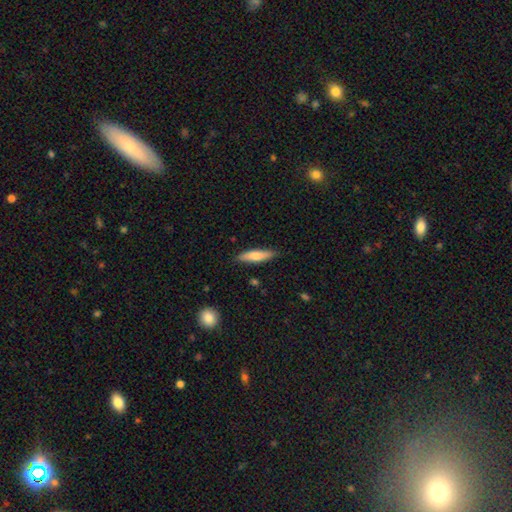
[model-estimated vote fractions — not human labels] A smooth galaxy with no disk features (73%) that is cigar-shaped (73%).

Vote fractions:
- Smooth or featured? smooth: 73% / featured or disk: 21% / star or artifact: 6%
- How rounded? cigar-shaped: 73% / in between: 26% / round: 2%
- Merging? none: 85% / minor disturbance: 11% / major disturbance: 2% / merger: 1%